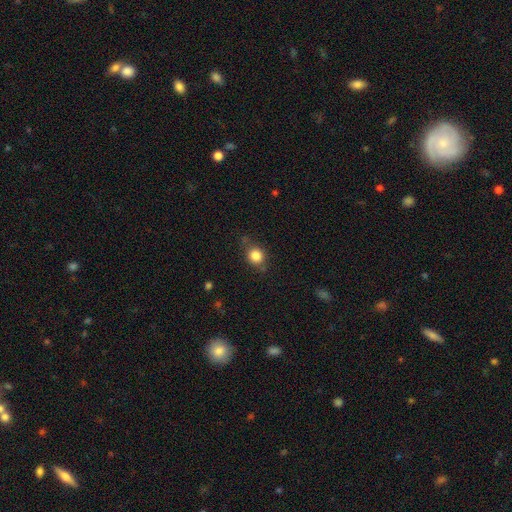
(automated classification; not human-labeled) A smooth galaxy with no disk features (83%) that is round (80%). Merging: none (74%).